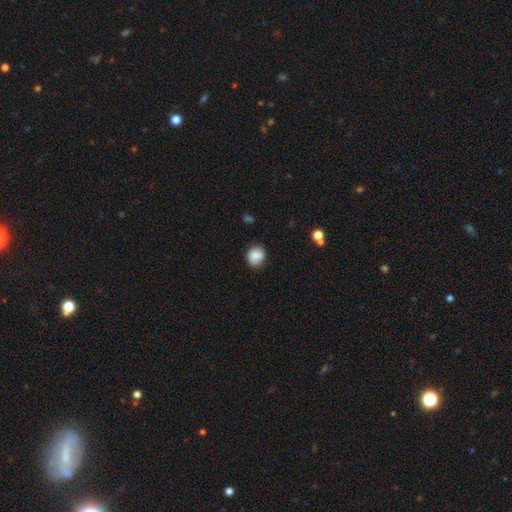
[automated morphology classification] Q: Smooth or featured?
A: smooth (85%); runner-up: star or artifact (8%)
Q: How rounded?
A: round (74%); runner-up: in between (25%)
Q: Merging?
A: none (79%); runner-up: minor disturbance (16%)